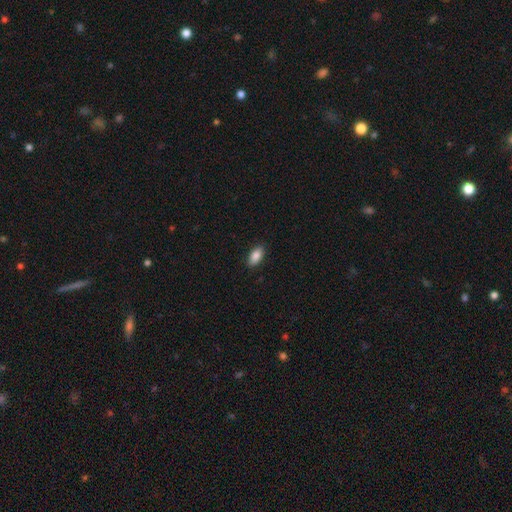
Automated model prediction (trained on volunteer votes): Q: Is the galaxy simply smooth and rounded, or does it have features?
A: smooth — 87%.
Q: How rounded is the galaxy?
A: in between — 91%.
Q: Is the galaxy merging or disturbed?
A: none — 89%.